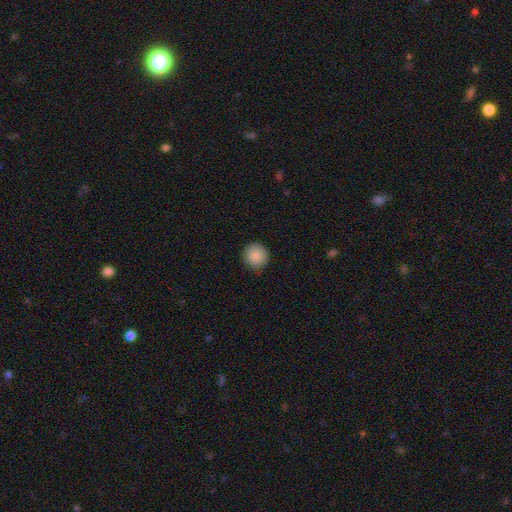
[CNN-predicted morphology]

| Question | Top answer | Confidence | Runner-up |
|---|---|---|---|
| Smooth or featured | smooth | 88% | star or artifact (8%) |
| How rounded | round | 92% | in between (7%) |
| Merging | none | 90% | minor disturbance (7%) |